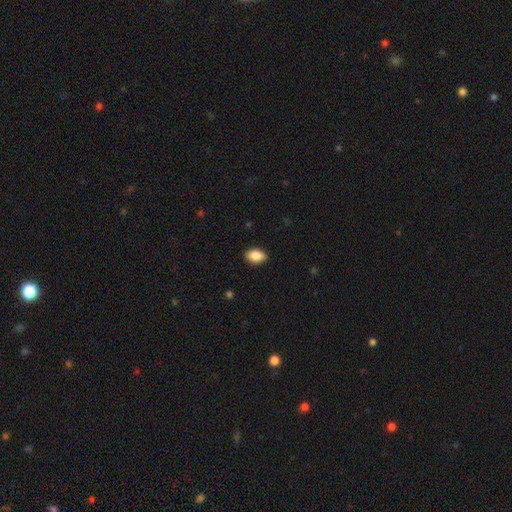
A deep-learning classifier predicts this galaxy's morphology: A smooth galaxy with no disk features (86%) that is in between round and cigar-shaped (88%). Merging: none (88%).